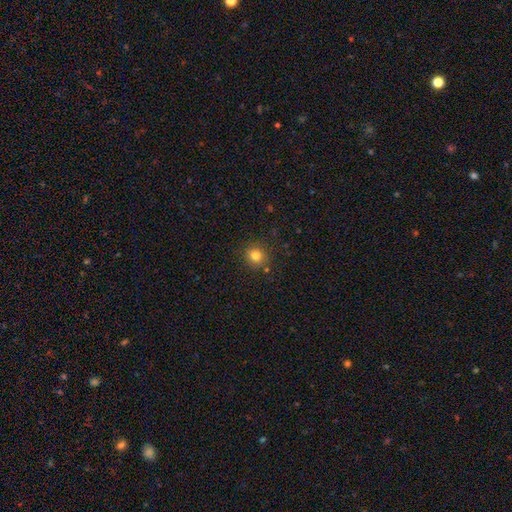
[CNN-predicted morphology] This appears to be a smooth galaxy with no disk features (80%) that is round (89%). Merging: none (87%).